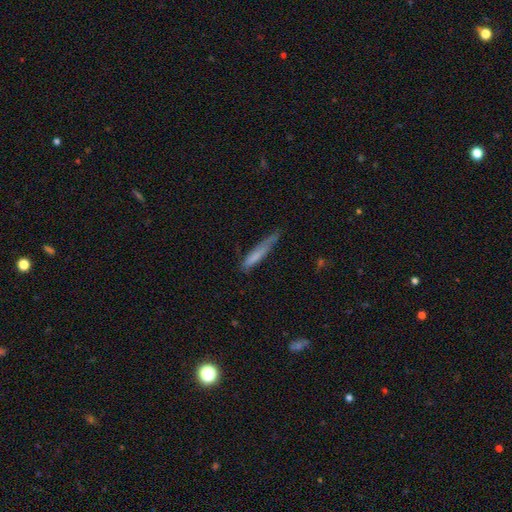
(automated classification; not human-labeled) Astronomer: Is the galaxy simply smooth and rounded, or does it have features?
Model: smooth — 71%.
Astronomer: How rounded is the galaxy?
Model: cigar-shaped — 91%.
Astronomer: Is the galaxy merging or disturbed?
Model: none — 52% (runner-up: minor disturbance, 34%).